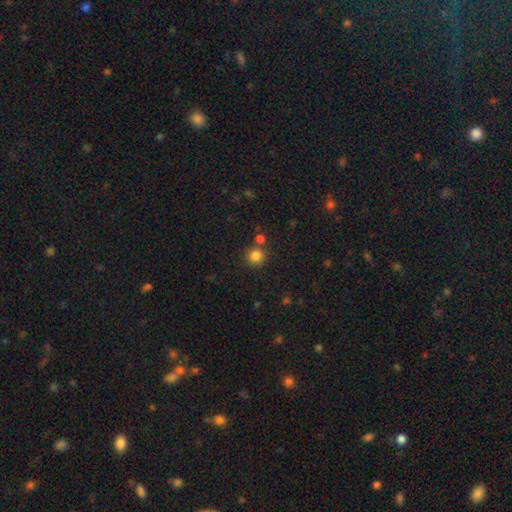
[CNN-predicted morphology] The model was most divided on "merging": none: 76%, merger: 14%, minor disturbance: 8%, major disturbance: 3%. More confident: how rounded — round (92%); smooth or featured — smooth (83%).